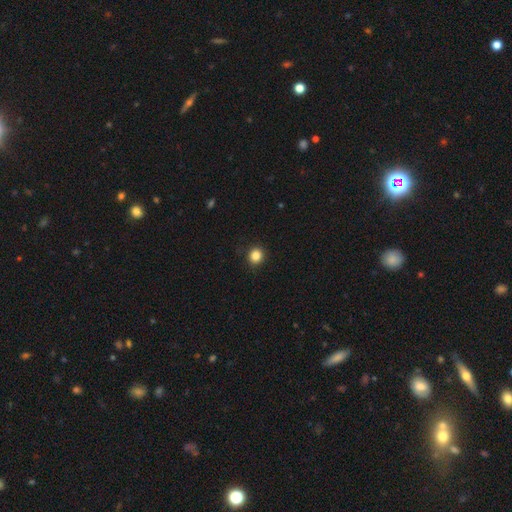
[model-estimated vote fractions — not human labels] This is clearly a smooth galaxy (85%). How rounded: clearly round (87%). Merging: clearly none (91%).